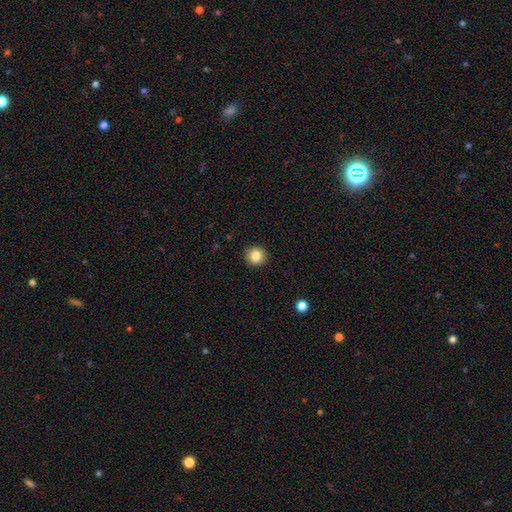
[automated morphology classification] Overall: smooth (84%). How rounded: round (92%). Merging: none (92%).